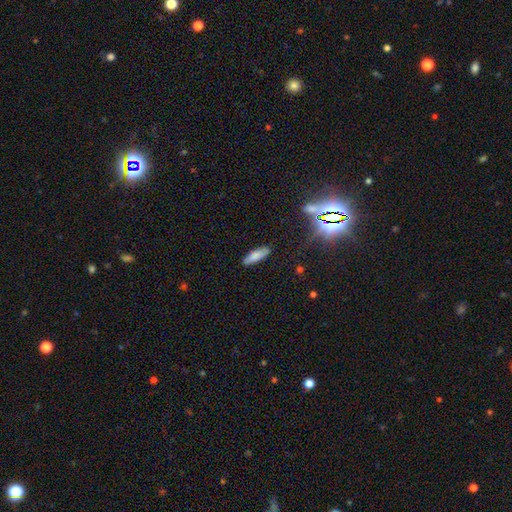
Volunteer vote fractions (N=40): smooth 78%, featured or disk 12%, star or artifact 10%. Down the decision tree: how rounded — cigar-shaped (61%); merging — none (100%).